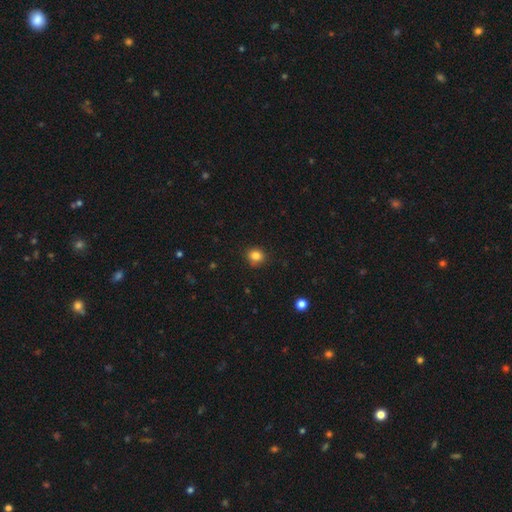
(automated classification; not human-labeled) This appears to be a smooth galaxy with no disk features (84%) that is round (79%). Merging: none (87%).